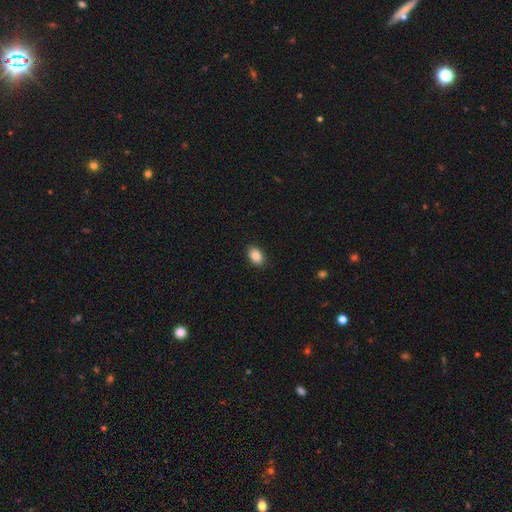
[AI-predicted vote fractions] A smooth galaxy with no disk features (87%) that is in between round and cigar-shaped (86%).

Vote fractions:
- Smooth or featured? smooth: 87% / star or artifact: 8% / featured or disk: 5%
- How rounded? in between: 86% / round: 13% / cigar-shaped: 1%
- Merging? none: 90% / minor disturbance: 7% / major disturbance: 2% / merger: 1%